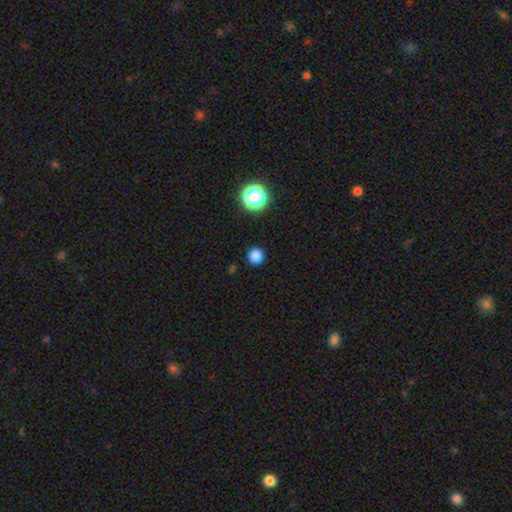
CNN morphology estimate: A smooth galaxy with no disk features (82%) that is round (96%). Merging: none (91%).